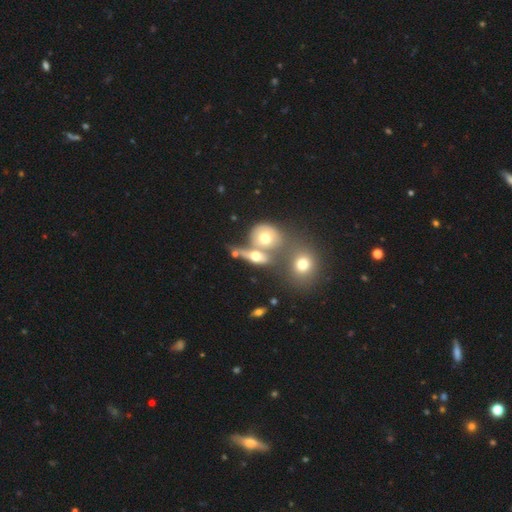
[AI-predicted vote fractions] smooth-or-featured: smooth: 49% | featured or disk: 40% | star or artifact: 12%
  merging: merger: 46% | none: 35% | minor disturbance: 11% | major disturbance: 8%